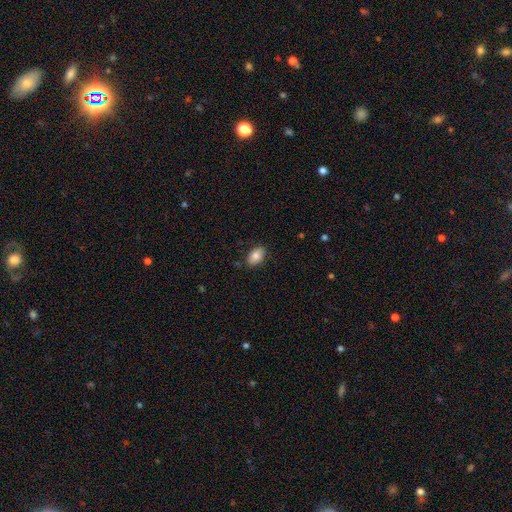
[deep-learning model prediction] Smooth or featured: smooth — 85% (featured or disk — 8%)
How rounded: in between — 90% (round — 8%)
Merging: none — 85% (minor disturbance — 11%)